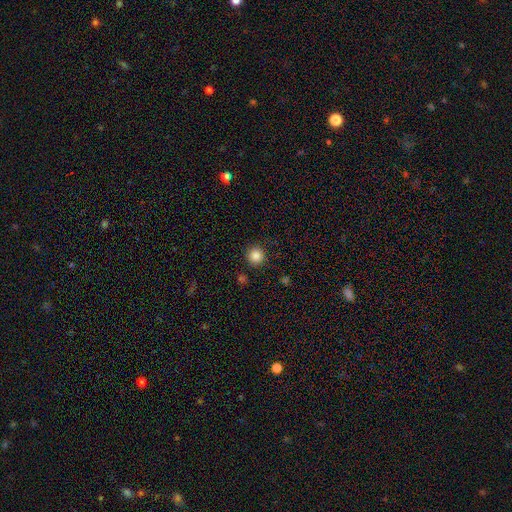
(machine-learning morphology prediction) A smooth galaxy with no disk features (85%) that is round (94%). Merging: none (90%).